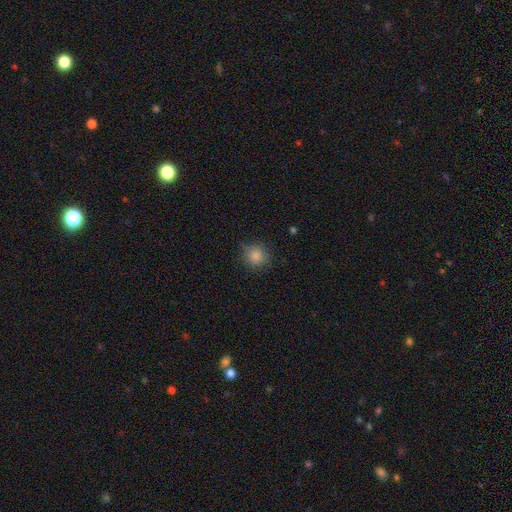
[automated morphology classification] The model was most divided on "merging": none: 80%, minor disturbance: 15%, major disturbance: 4%, merger: 1%. More confident: how rounded — round (89%); smooth or featured — smooth (85%).